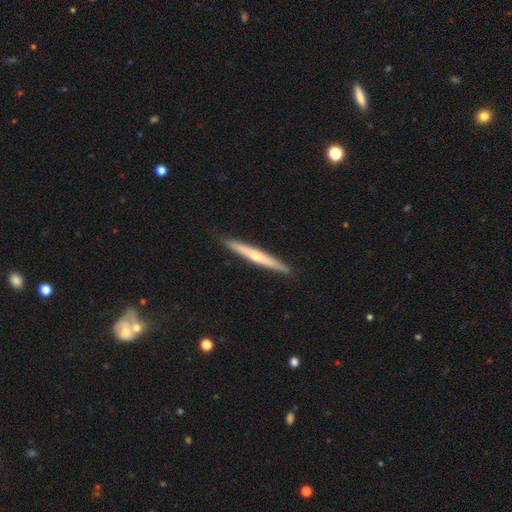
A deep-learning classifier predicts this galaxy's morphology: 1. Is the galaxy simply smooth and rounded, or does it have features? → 66% featured or disk, 27% smooth, 7% star or artifact.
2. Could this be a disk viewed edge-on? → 96% yes, 4% no.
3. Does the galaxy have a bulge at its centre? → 68% rounded, 28% none, 5% boxy.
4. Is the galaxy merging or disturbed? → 89% none, 8% minor disturbance, 1% merger, 1% major disturbance.